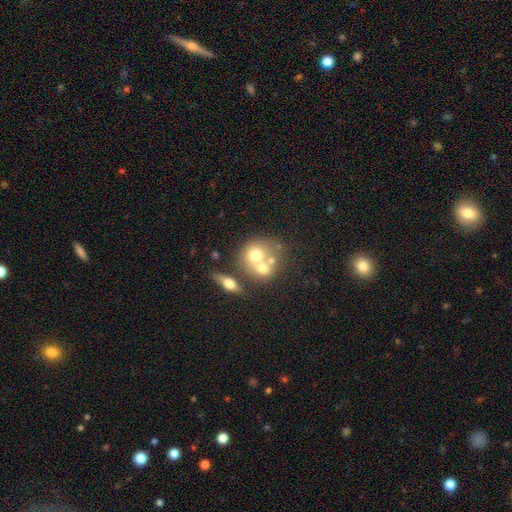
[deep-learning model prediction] A smooth galaxy with no disk features (59%) that is round (71%).

Vote fractions:
- Smooth or featured? smooth: 59% / featured or disk: 30% / star or artifact: 10%
- How rounded? round: 71% / in between: 27% / cigar-shaped: 1%
- Merging? merger: 60% / none: 28% / minor disturbance: 7% / major disturbance: 5%